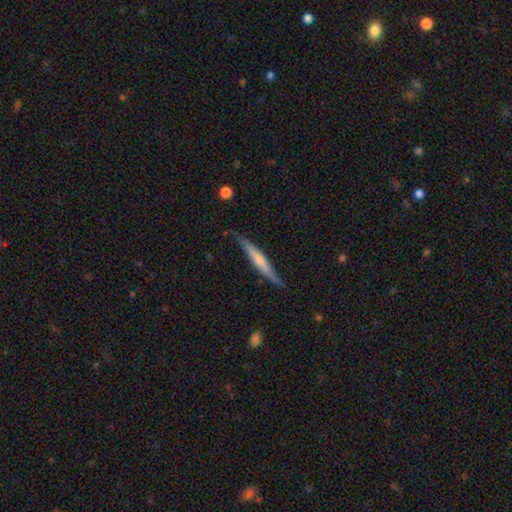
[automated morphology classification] This appears to be a featured or disk galaxy (55%) viewed edge-on (95%) with no central bulge (45%). Merging: none (82%).